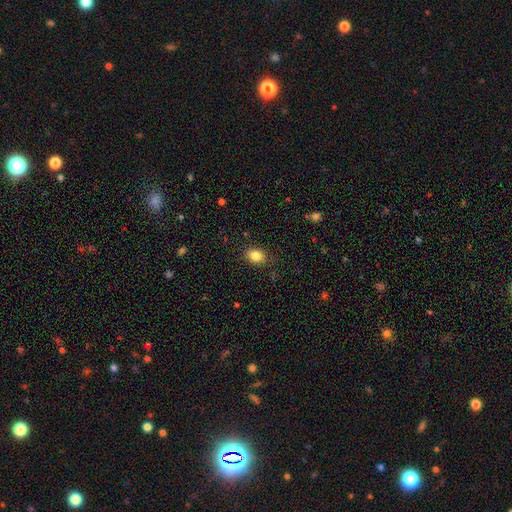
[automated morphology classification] Overall: smooth (84%). How rounded: in between (70%). Merging: none (85%).